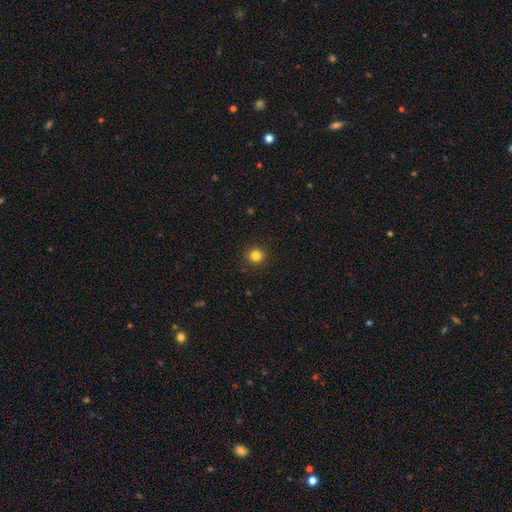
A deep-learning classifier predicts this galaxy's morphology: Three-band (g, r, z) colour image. It shows a smooth galaxy with no disk features (83%) that is round (95%). Merging: none (92%).